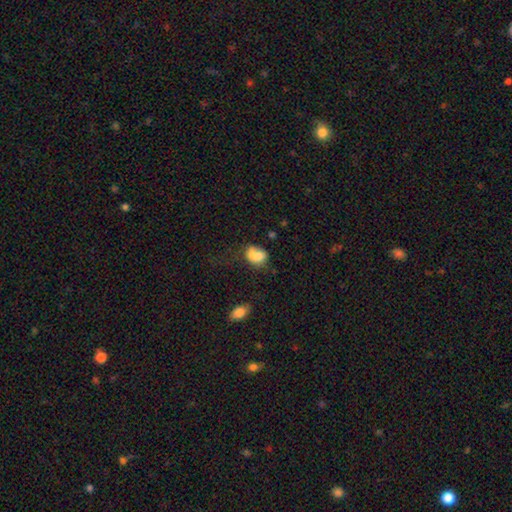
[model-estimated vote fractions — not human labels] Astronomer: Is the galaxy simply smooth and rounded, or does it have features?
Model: smooth — 71%.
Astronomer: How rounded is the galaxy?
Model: in between — 68%.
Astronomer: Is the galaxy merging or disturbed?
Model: none — 33% (runner-up: minor disturbance, 24%).